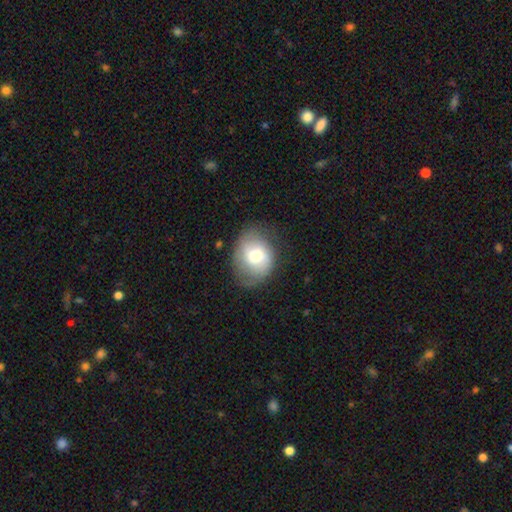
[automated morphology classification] Smooth or featured? Predicted: smooth (p=0.58). How rounded? Predicted: round (p=0.58). Merging? Predicted: none (p=0.65).